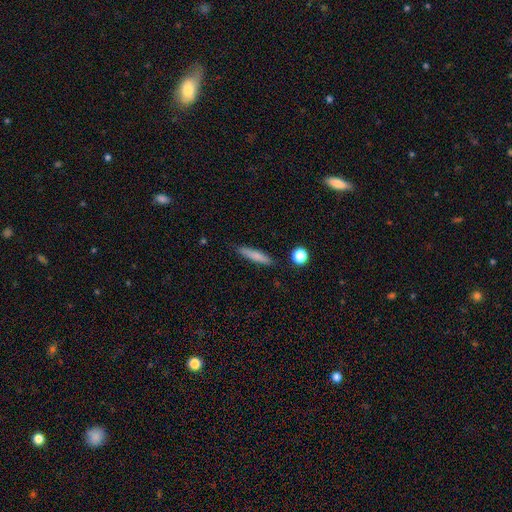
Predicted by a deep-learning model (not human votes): This is likely a smooth galaxy (78%). How rounded: clearly cigar-shaped (87%). Merging: clearly none (86%).